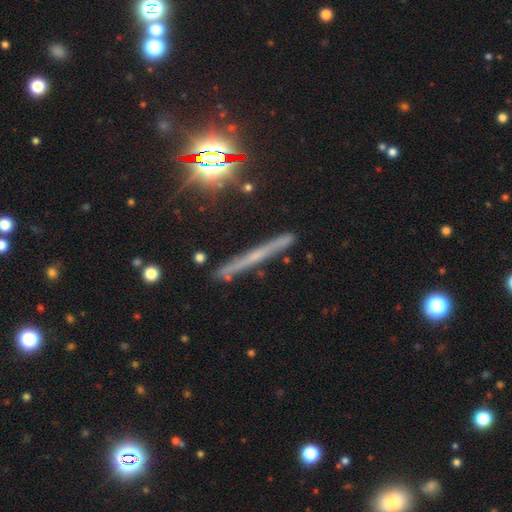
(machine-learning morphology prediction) featured or disk 51%, smooth 29%, star or artifact 20%. Down the decision tree: edge-on disk — yes (94%); merging — none (81%).